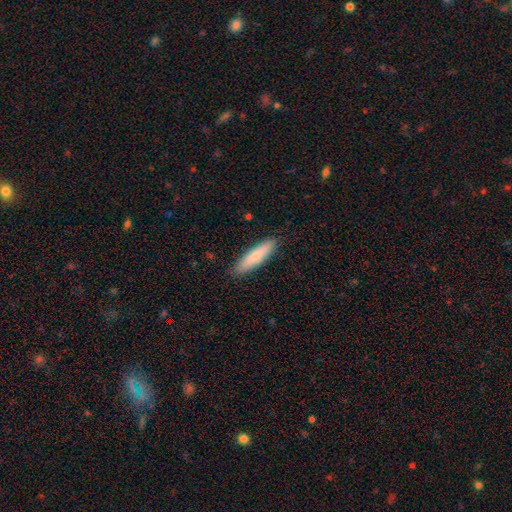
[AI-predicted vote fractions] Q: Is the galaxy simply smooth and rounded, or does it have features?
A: smooth — 79%.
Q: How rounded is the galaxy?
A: cigar-shaped — 77%.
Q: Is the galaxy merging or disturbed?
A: none — 89%.